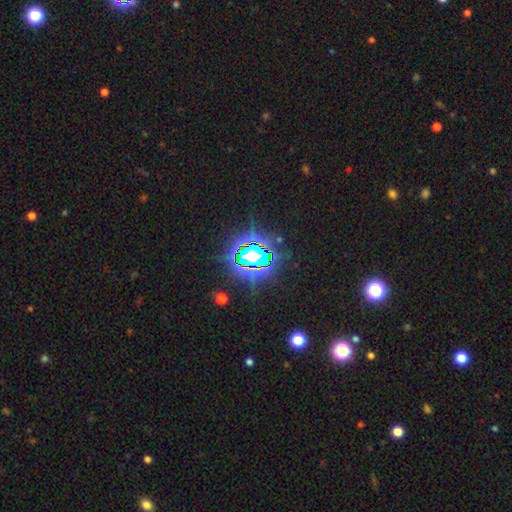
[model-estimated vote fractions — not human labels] smooth_or_featured: star or artifact (p=0.81) [alt: smooth p=0.12]